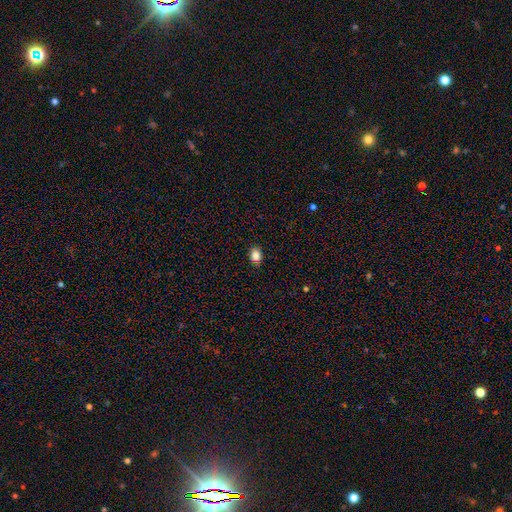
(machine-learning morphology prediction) type=smooth (84%); roundness=in between (64%); merging=none (85%).